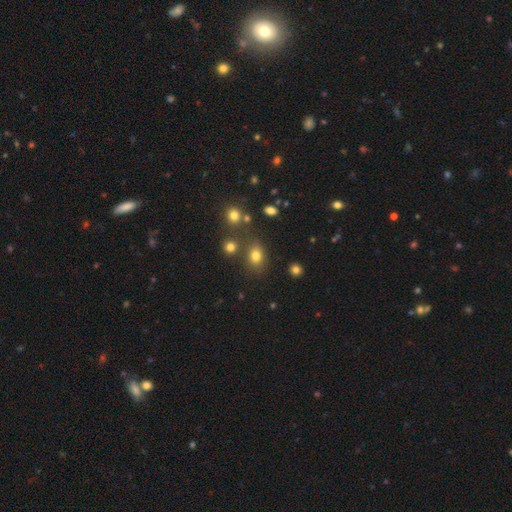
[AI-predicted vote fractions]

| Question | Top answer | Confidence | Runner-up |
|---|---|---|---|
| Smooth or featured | smooth | 77% | star or artifact (15%) |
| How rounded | in between | 65% | round (33%) |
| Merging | none | 72% | minor disturbance (13%) |